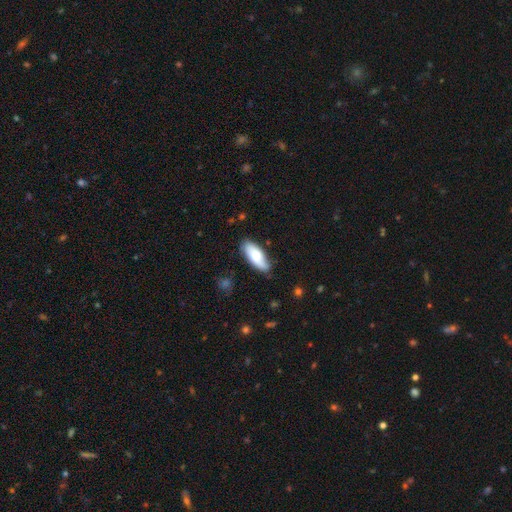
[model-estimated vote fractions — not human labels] Overall: smooth (75%). How rounded: in between (79%). Merging: none (77%).